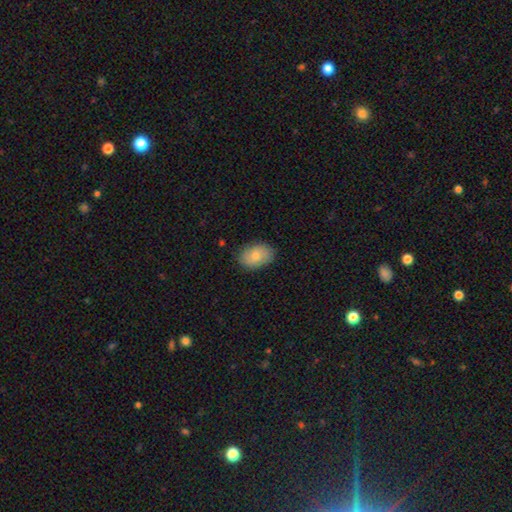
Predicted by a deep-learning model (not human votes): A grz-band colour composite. It shows a smooth galaxy with no disk features (80%) that is in between round and cigar-shaped (83%). Merging: none (83%).